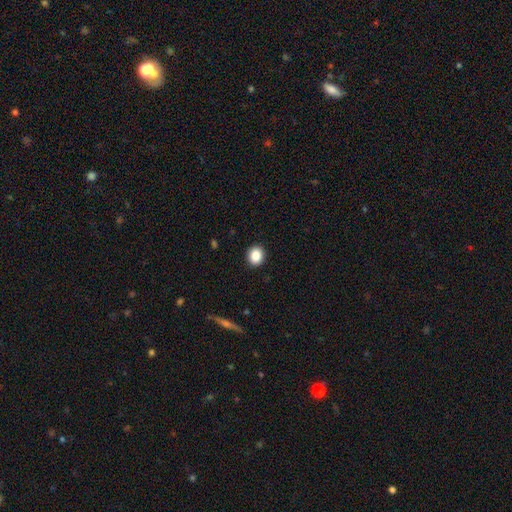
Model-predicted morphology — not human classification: Smooth or featured?
  - smooth: 87% *
  - star or artifact: 9%
  - featured or disk: 4%
How rounded?
  - round: 70% *
  - in between: 29%
  - cigar-shaped: 1%
Merging?
  - none: 91% *
  - minor disturbance: 6%
  - major disturbance: 2%
  - merger: 1%